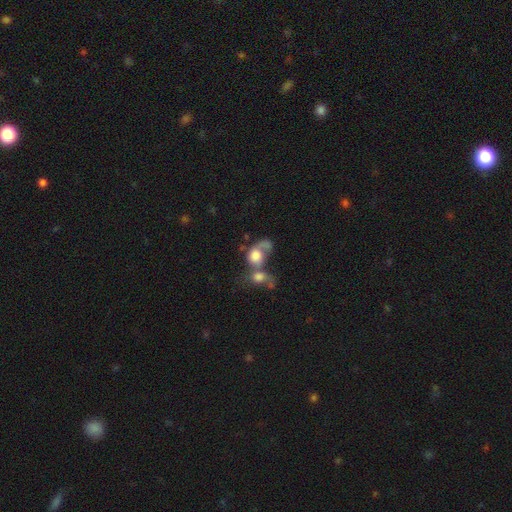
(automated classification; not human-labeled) Smooth or featured? smooth (61%)
How rounded? round (53%)
Merging? merger (68%)